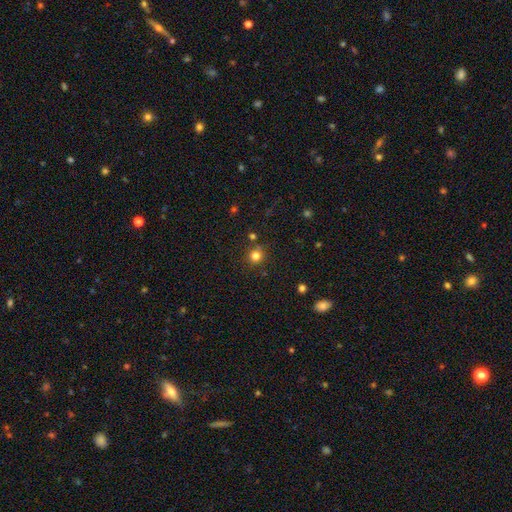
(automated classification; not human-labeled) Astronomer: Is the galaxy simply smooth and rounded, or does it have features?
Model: smooth — 79%.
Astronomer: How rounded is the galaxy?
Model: round — 91%.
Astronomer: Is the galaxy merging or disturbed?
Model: none — 79%.